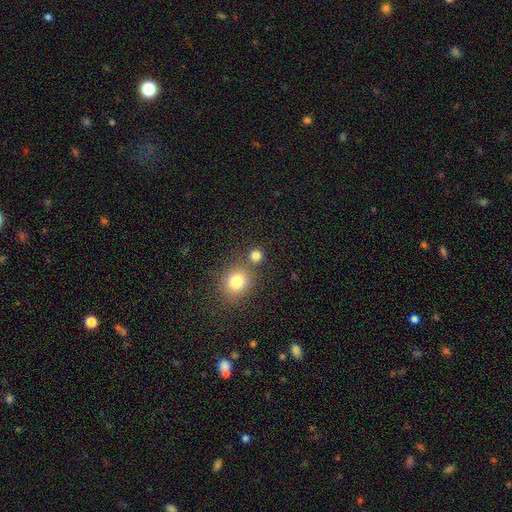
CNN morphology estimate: Smooth or featured: smooth — 80% (star or artifact — 14%)
How rounded: round — 89% (in between — 10%)
Merging: none — 72% (merger — 18%)